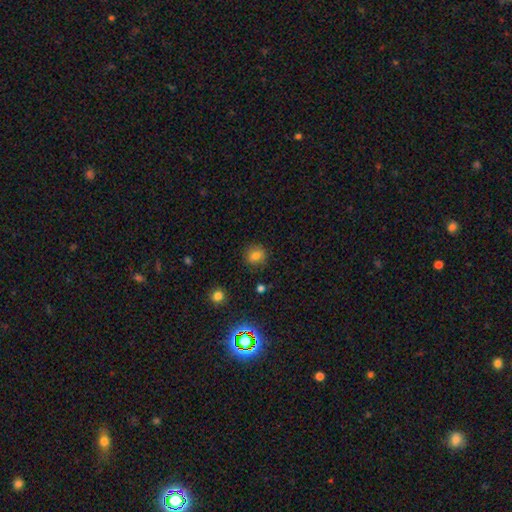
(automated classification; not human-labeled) The model was most divided on "smooth or featured": smooth: 78%, star or artifact: 14%, featured or disk: 9%. More confident: merging — none (85%); how rounded — round (83%).